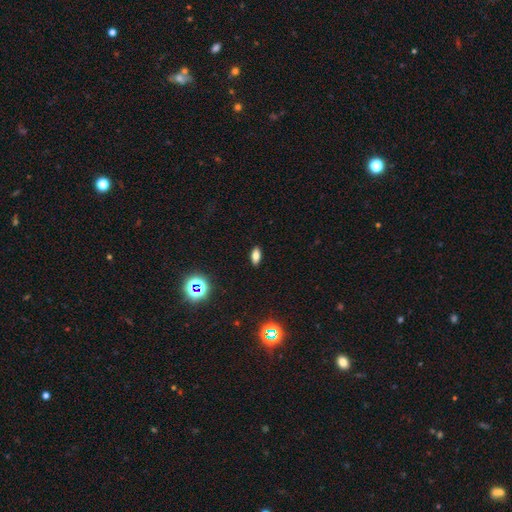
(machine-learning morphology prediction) This appears to be a smooth galaxy with no disk features (71%) that is in between round and cigar-shaped (83%). Merging: none (90%).